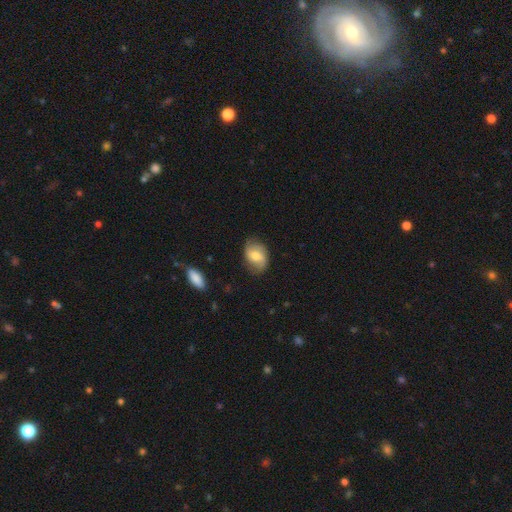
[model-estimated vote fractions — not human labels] A smooth galaxy with no disk features (48%).

Vote fractions:
- Smooth or featured? smooth: 48% / featured or disk: 45% / star or artifact: 7%
- Merging? none: 72% / minor disturbance: 21% / major disturbance: 6% / merger: 1%